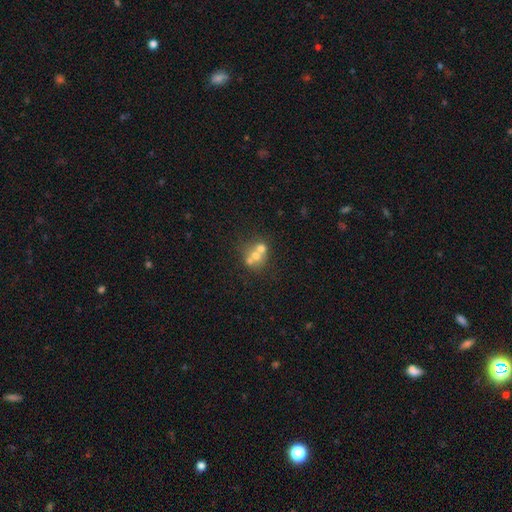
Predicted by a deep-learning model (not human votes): smooth 56%, featured or disk 30%, star or artifact 14%. Down the decision tree: how rounded — round (76%); merging — merger (59%).